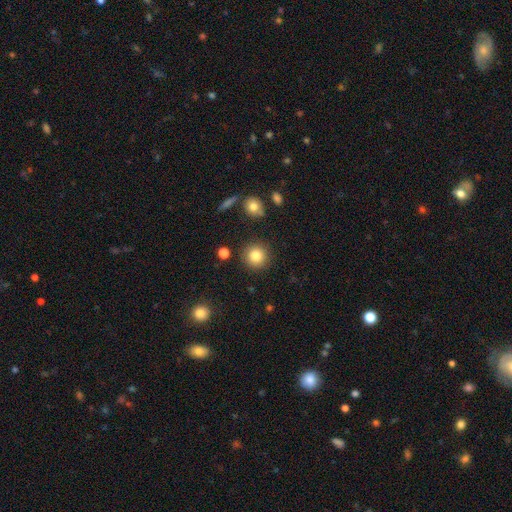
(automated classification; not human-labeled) This appears to be a smooth galaxy with no disk features (83%) that is round (93%). Merging: none (89%).